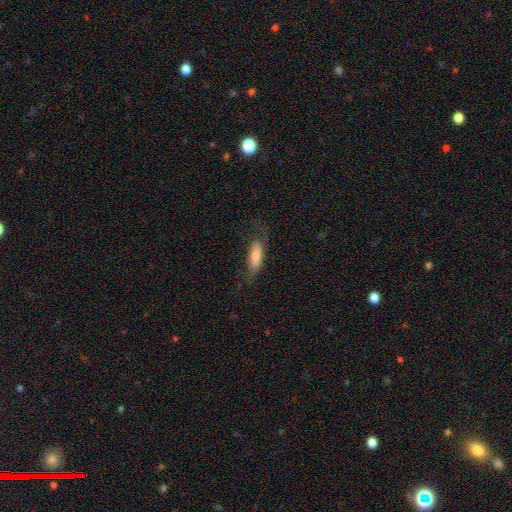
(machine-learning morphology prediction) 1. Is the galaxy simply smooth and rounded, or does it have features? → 65% smooth, 28% featured or disk, 7% star or artifact.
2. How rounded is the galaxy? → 60% in between, 37% cigar-shaped, 3% round.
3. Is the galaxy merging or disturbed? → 58% none, 22% minor disturbance, 18% major disturbance, 2% merger.